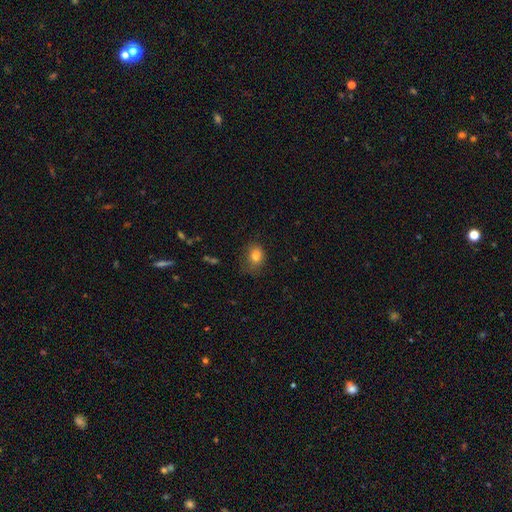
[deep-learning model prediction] Smooth or featured?
  - smooth: 82% *
  - star or artifact: 11%
  - featured or disk: 8%
How rounded?
  - in between: 59% *
  - round: 40%
  - cigar-shaped: 1%
Merging?
  - none: 65% *
  - minor disturbance: 25%
  - major disturbance: 8%
  - merger: 2%